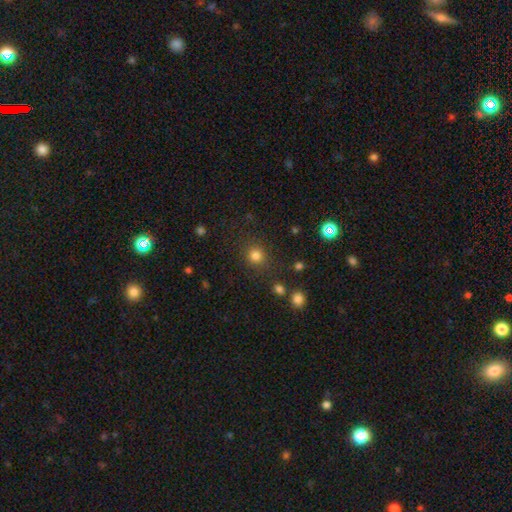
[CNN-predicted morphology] This is clearly a smooth galaxy (81%). How rounded: clearly round (91%). Merging: clearly none (86%).